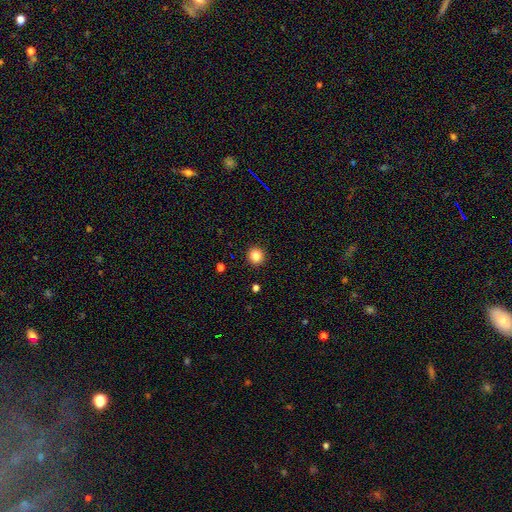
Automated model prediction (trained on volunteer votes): Overall: smooth (84%). How rounded: round (94%). Merging: none (93%).